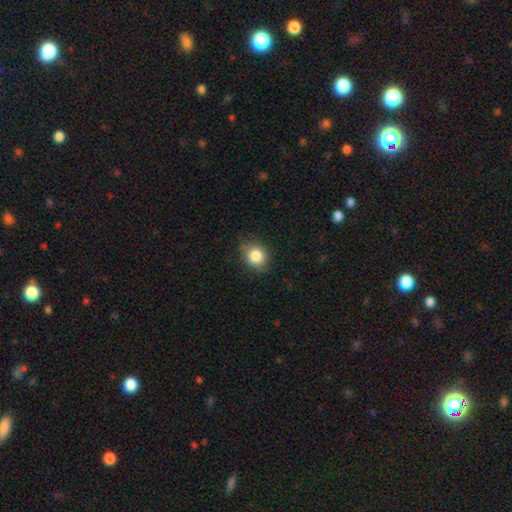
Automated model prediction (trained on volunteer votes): A smooth galaxy with no disk features (83%) that is round (65%).

Vote fractions:
- Smooth or featured? smooth: 83% / star or artifact: 10% / featured or disk: 7%
- How rounded? round: 65% / in between: 34% / cigar-shaped: 1%
- Merging? none: 77% / minor disturbance: 19% / major disturbance: 3% / merger: 1%